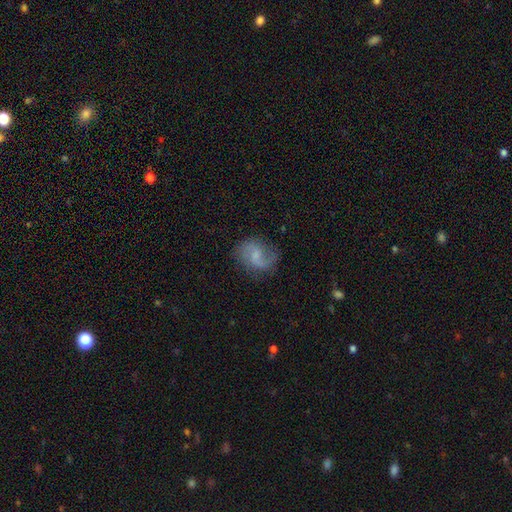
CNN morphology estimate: A featured or disk galaxy (70%) with a weak bar (52%), 2 (83%) loose (48%) spiral arms (92%) and a small central bulge (48%).

Vote fractions:
- Smooth or featured? featured or disk: 70% / smooth: 23% / star or artifact: 7%
- Edge-on disk? no: 98% / yes: 2%
- Bar? weak: 52% / no: 37% / strong: 10%
- Spiral arms? yes: 92% / no: 8%
- Spiral winding? loose: 48% / medium: 40% / tight: 11%
- Spiral arm count? 2: 83% / 1: 8% / can't tell: 6% / 3: 1% / 4: 1% / more than 4: 1%
- Bulge size? small: 48% / moderate: 25% / none: 24% / large: 2% / dominant: 1%
- Merging? none: 70% / minor disturbance: 19% / major disturbance: 9% / merger: 2%